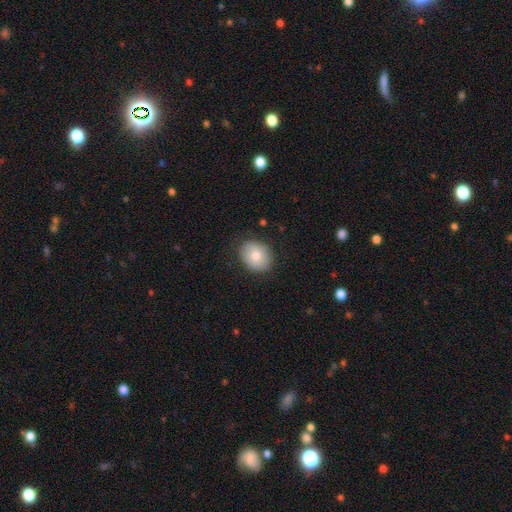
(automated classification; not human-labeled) smooth_or_featured: smooth (p=0.78) [alt: featured or disk p=0.15]
how_rounded: round (p=0.59) [alt: in between p=0.40]
merging: none (p=0.84) [alt: minor disturbance p=0.12]